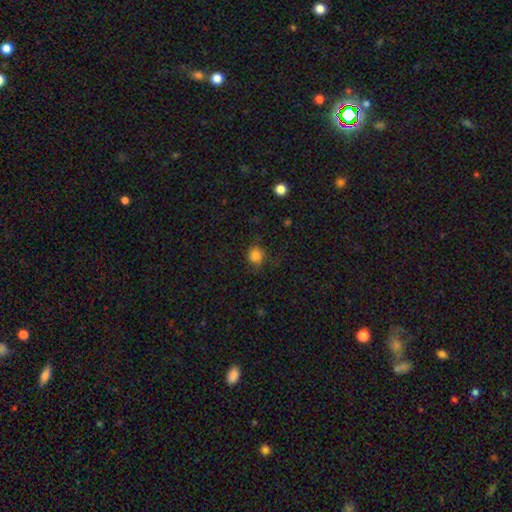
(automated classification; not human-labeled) Morphology: type=smooth (83%); roundness=round (84%); merging=none (79%).